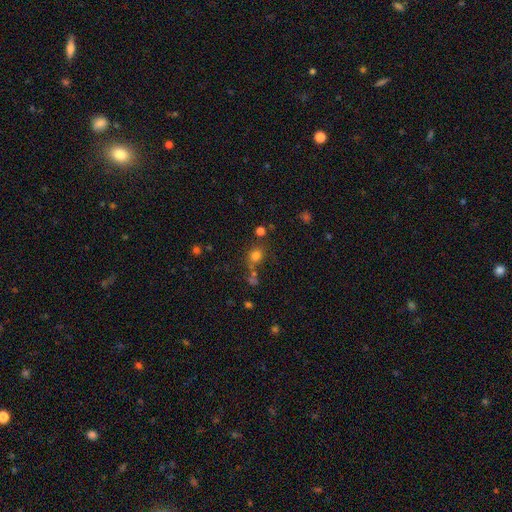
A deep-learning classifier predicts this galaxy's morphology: Q: Smooth or featured?
A: smooth (75%); runner-up: star or artifact (18%)
Q: How rounded?
A: round (78%); runner-up: in between (21%)
Q: Merging?
A: none (70%); runner-up: merger (13%)